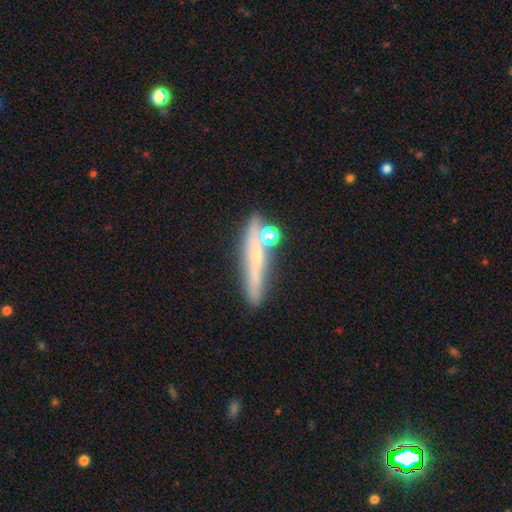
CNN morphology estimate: smooth-or-featured: featured or disk: 49% | smooth: 40% | star or artifact: 11%
  merging: none: 61% | minor disturbance: 17% | merger: 15% | major disturbance: 7%